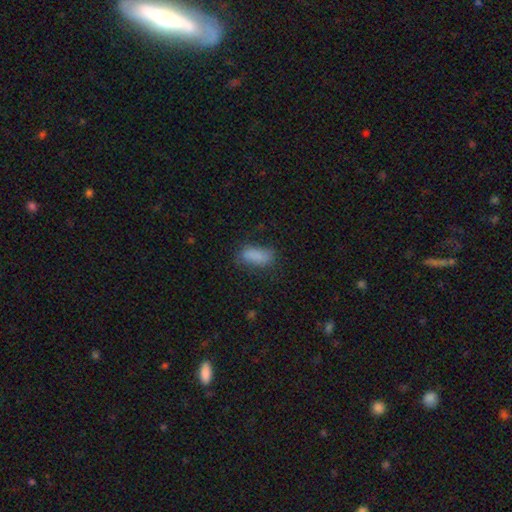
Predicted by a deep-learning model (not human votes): A smooth galaxy with no disk features (83%) that is in between round and cigar-shaped (85%). Merging: none (65%).